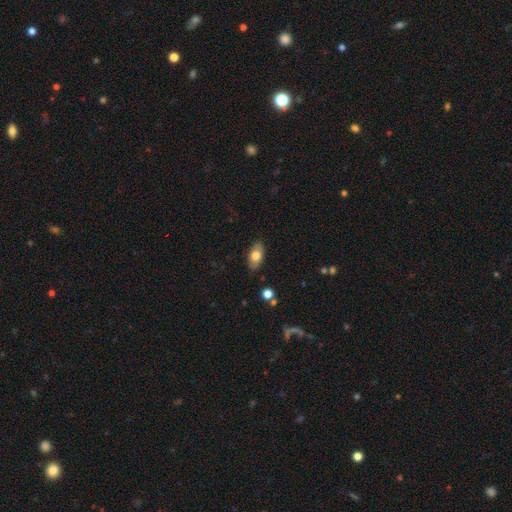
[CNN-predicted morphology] Smooth or featured? smooth (73%)
How rounded? in between (91%)
Merging? none (85%)